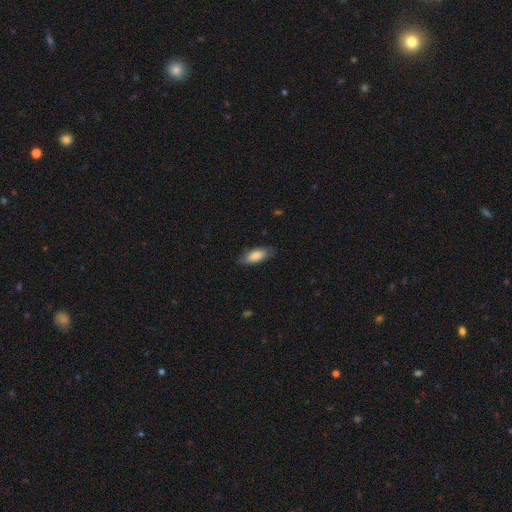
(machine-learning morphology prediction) A smooth galaxy with no disk features (82%) that is in between round and cigar-shaped (82%).

Vote fractions:
- Smooth or featured? smooth: 82% / featured or disk: 12% / star or artifact: 6%
- How rounded? in between: 82% / cigar-shaped: 16% / round: 2%
- Merging? none: 78% / minor disturbance: 17% / major disturbance: 4% / merger: 1%